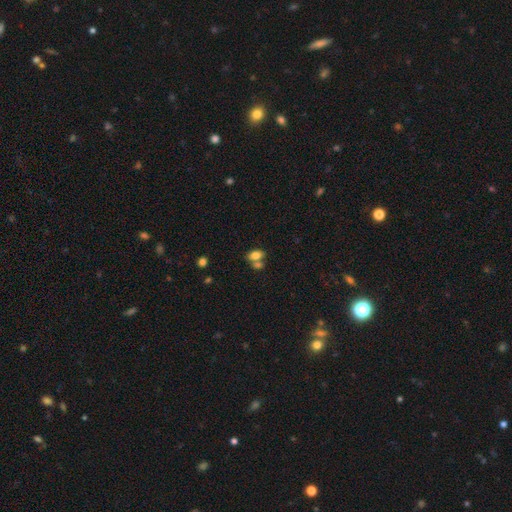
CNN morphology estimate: The model was most divided on "merging": none: 45%, merger: 40%, minor disturbance: 11%, major disturbance: 4%. More confident: how rounded — in between (86%); smooth or featured — smooth (79%).